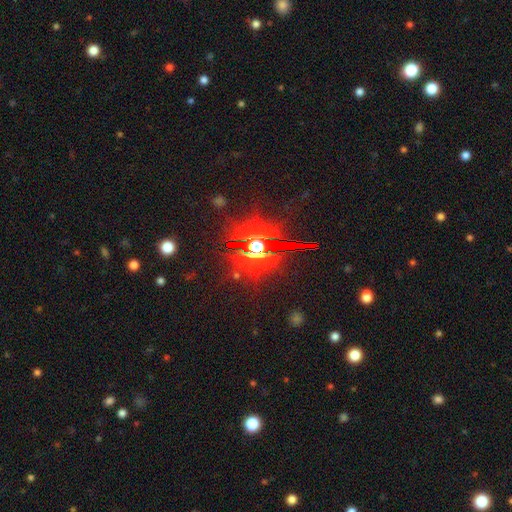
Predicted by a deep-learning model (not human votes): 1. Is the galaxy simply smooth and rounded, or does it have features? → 78% star or artifact, 13% featured or disk, 9% smooth.